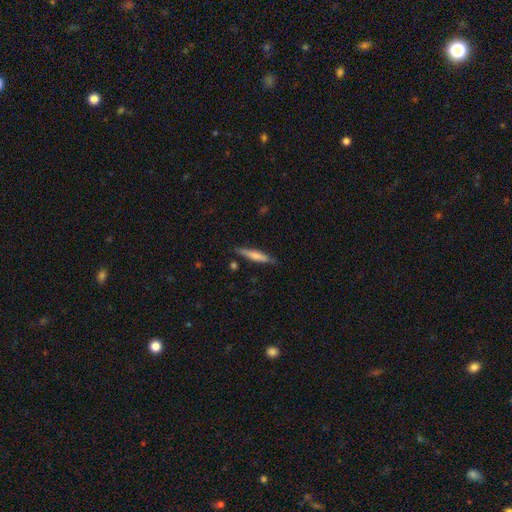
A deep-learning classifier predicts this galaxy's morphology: This appears to be a smooth galaxy with no disk features (63%) that is cigar-shaped (90%). Merging: none (83%).